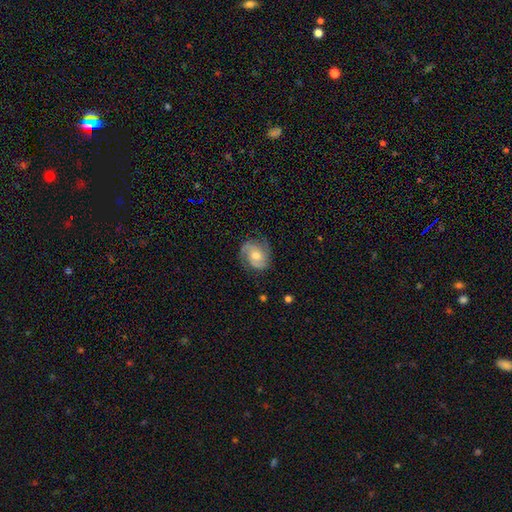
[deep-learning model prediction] Smooth or featured? featured or disk (71%)
Edge-on disk? no (97%)
Bar? no (67%)
Spiral arms? yes (93%)
Spiral winding? medium (45%)
Spiral arm count? 2 (62%)
Bulge size? moderate (62%)
Merging? none (72%)